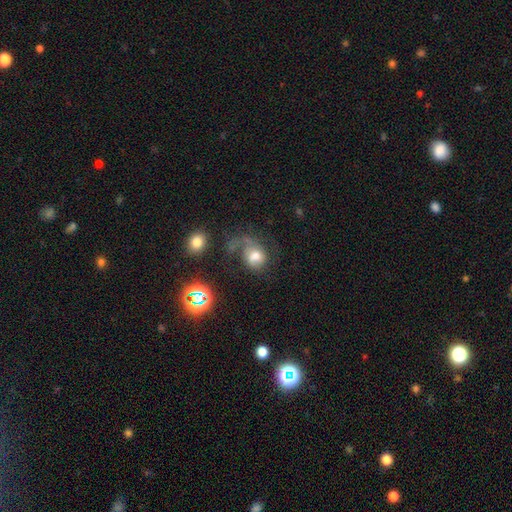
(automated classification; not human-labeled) Smooth or featured? Predicted: featured or disk (p=0.47). Merging? Predicted: major disturbance (p=0.51).